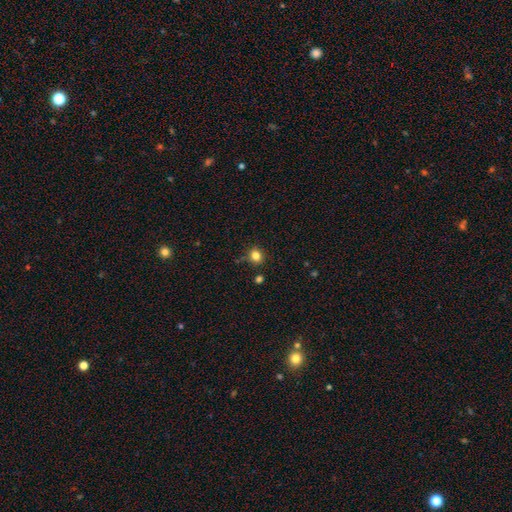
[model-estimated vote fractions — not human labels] Q: Smooth or featured?
A: smooth (82%); runner-up: star or artifact (13%)
Q: How rounded?
A: round (77%); runner-up: in between (23%)
Q: Merging?
A: none (82%); runner-up: minor disturbance (11%)